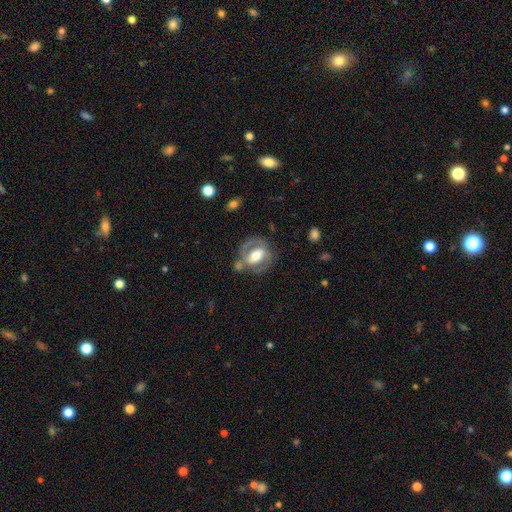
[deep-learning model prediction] This is likely a featured or disk galaxy (70%). It is clearly not viewed edge-on (95%). Bar: marginally strong (38%). Spiral arm pattern: likely yes (66%). Central bulge: likely moderate (62%). Merging: possibly none (60%).